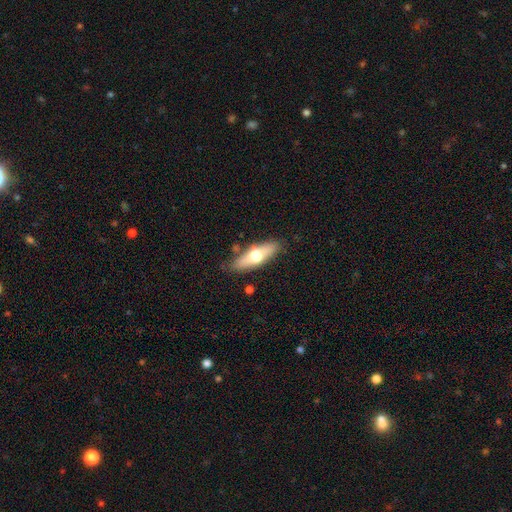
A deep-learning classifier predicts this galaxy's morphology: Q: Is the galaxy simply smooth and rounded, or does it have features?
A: smooth — 53%.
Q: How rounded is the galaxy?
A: in between — 52%.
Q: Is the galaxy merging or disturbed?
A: none — 80%.